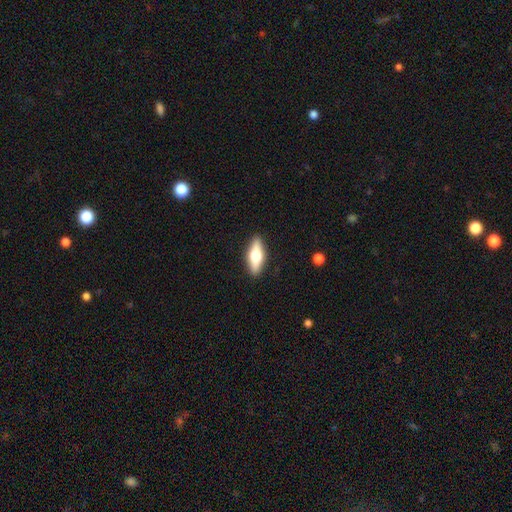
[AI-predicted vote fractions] A smooth galaxy with no disk features (52%) that is in between round and cigar-shaped (61%). Merging: none (90%).